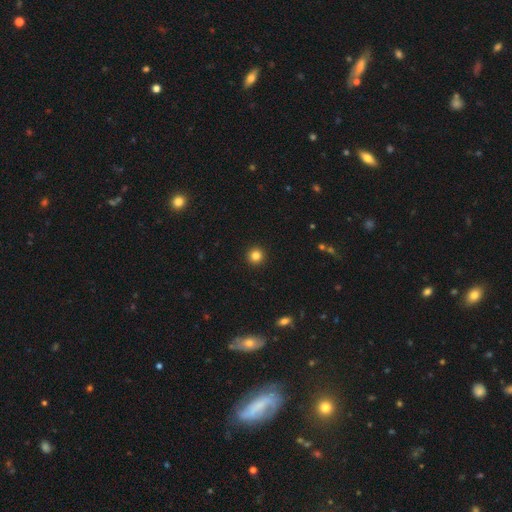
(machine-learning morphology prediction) A smooth galaxy with no disk features (83%) that is round (96%). Merging: none (94%).